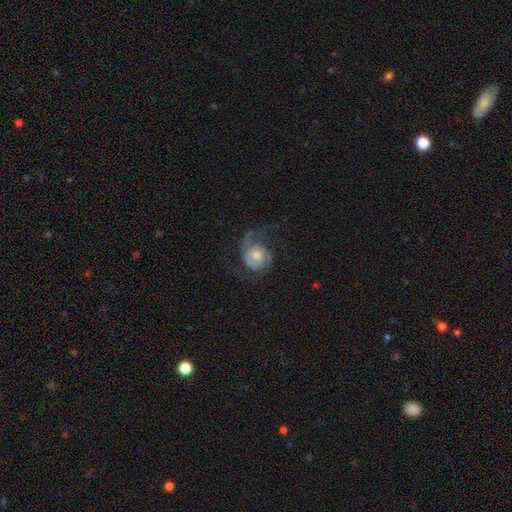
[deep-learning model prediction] smooth-or-featured: featured or disk: 74% | smooth: 19% | star or artifact: 6%
  disk-edge-on: no: 98% | yes: 2%
    bar: no: 72% | weak: 24% | strong: 4%
    has-spiral-arms: yes: 92% | no: 8%
      spiral-winding: medium: 44% | loose: 30% | tight: 26%
      spiral-arm-count: 2: 65% | 3: 11% | can't tell: 10% | 1: 9% | 4: 3% | more than 4: 3%
    bulge-size: moderate: 53% | small: 26% | large: 15% | none: 4% | dominant: 2%
  merging: none: 54% | major disturbance: 27% | minor disturbance: 18% | merger: 2%